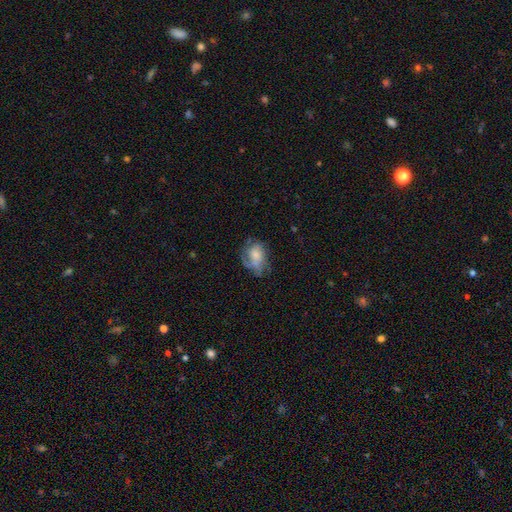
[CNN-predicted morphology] Smooth or featured? Predicted: smooth (p=0.49). Merging? Predicted: none (p=0.43).